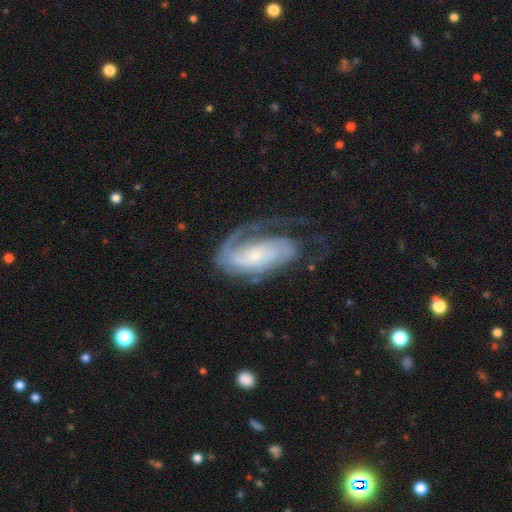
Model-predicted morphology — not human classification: smooth-or-featured: featured or disk: 83% | smooth: 11% | star or artifact: 5%
  disk-edge-on: no: 96% | yes: 4%
    bar: no: 57% | weak: 33% | strong: 11%
    has-spiral-arms: yes: 94% | no: 6%
      spiral-winding: tight: 45% | medium: 36% | loose: 19%
      spiral-arm-count: 1: 50% | 2: 27% | can't tell: 15% | 3: 5% | 4: 2% | more than 4: 2%
    bulge-size: small: 64% | moderate: 25% | none: 5% | large: 4% | dominant: 1%
  merging: none: 46% | major disturbance: 32% | minor disturbance: 20% | merger: 2%